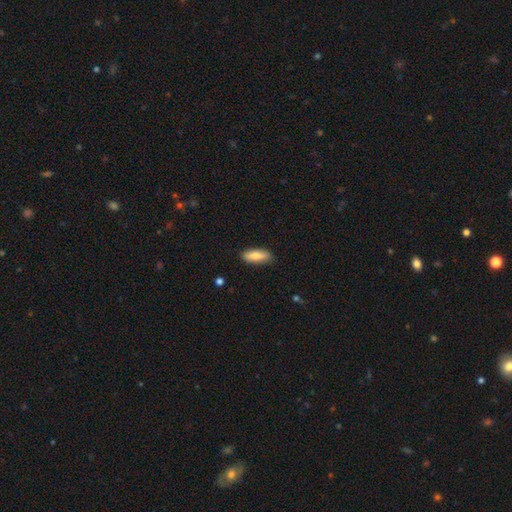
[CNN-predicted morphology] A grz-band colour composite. It shows a smooth galaxy with no disk features (78%) that is in between round and cigar-shaped (70%). Merging: none (86%).